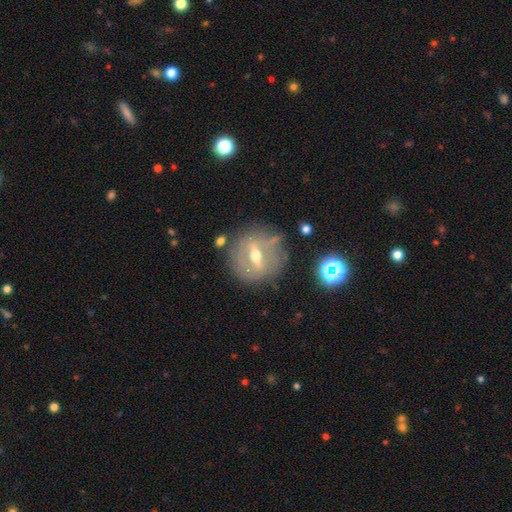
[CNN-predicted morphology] Smooth or featured? Predicted: featured or disk (p=0.74). Edge-on disk? Predicted: no (p=0.80). Bar? Predicted: strong (p=0.56). Spiral arms? Predicted: no (p=0.59). Bulge size? Predicted: moderate (p=0.70). Merging? Predicted: none (p=0.75).